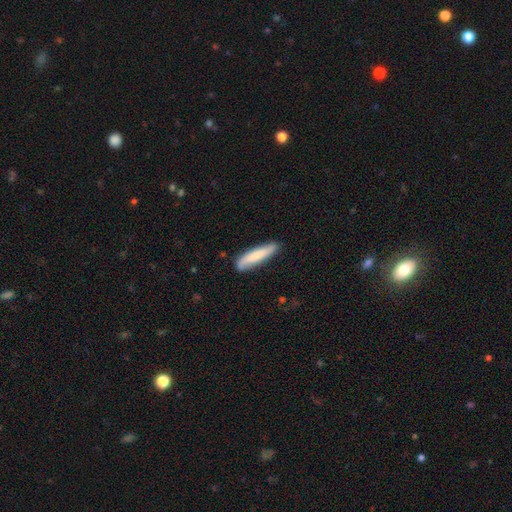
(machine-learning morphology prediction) Overall: smooth (73%). How rounded: cigar-shaped (82%). Merging: none (79%).